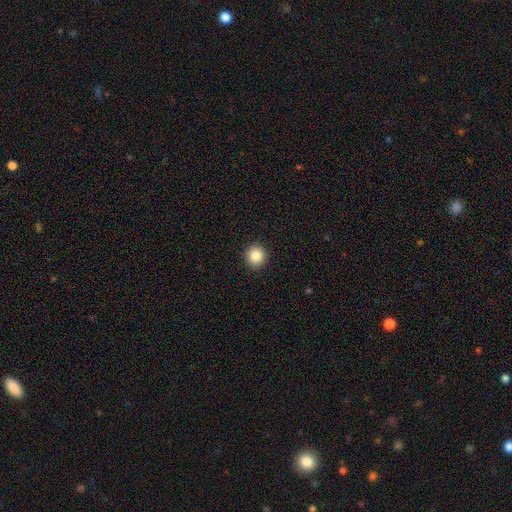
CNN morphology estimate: type=smooth (85%); roundness=round (94%); merging=none (93%).